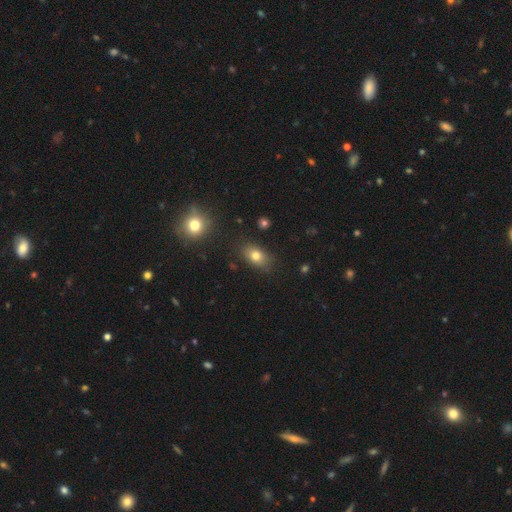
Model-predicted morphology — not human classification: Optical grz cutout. It shows a smooth galaxy with no disk features (78%) that is in between round and cigar-shaped (83%). Merging: none (83%).